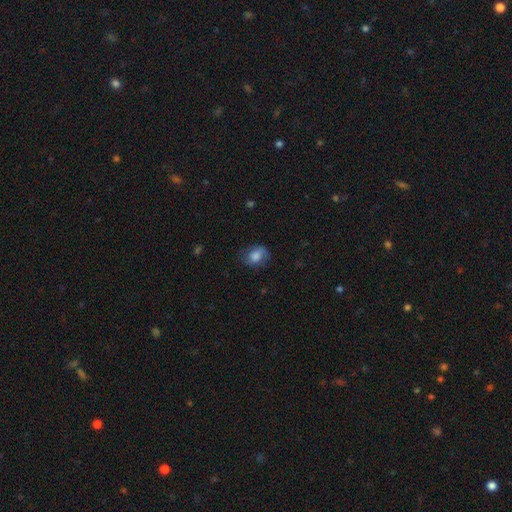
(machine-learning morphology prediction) Smooth or featured? Predicted: smooth (p=0.73). How rounded? Predicted: in between (p=0.57). Merging? Predicted: none (p=0.66).